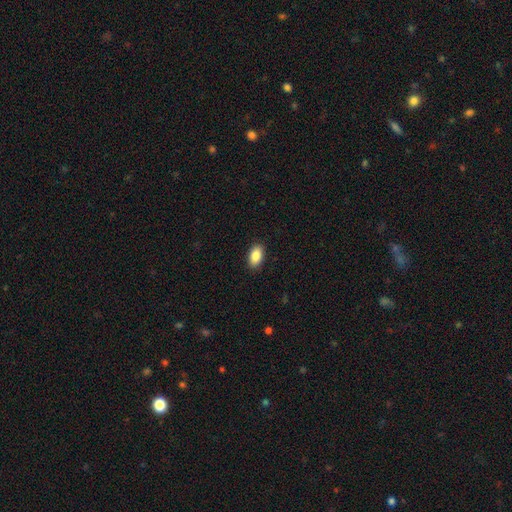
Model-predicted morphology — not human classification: type=smooth (88%); roundness=in between (92%); merging=none (90%).